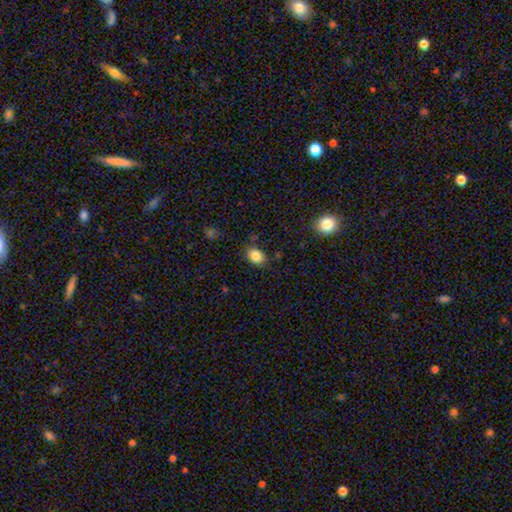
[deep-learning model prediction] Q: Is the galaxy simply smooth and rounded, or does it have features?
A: smooth — 84%.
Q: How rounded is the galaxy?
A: in between — 63%.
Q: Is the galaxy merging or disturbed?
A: none — 77%.